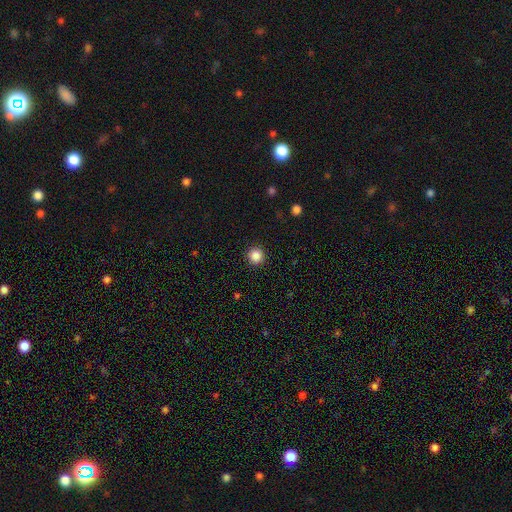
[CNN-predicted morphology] A smooth galaxy with no disk features (86%) that is round (96%).

Vote fractions:
- Smooth or featured? smooth: 86% / star or artifact: 11% / featured or disk: 3%
- How rounded? round: 96% / in between: 3% / cigar-shaped: 1%
- Merging? none: 92% / minor disturbance: 5% / major disturbance: 2% / merger: 1%